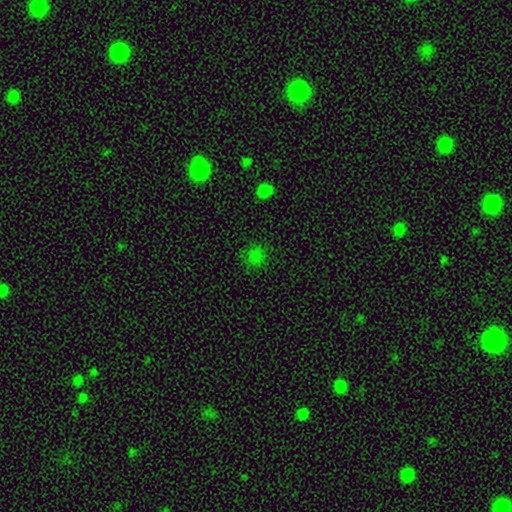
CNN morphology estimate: Smooth or featured? Predicted: smooth (p=0.71). How rounded? Predicted: round (p=0.88). Merging? Predicted: none (p=0.83).